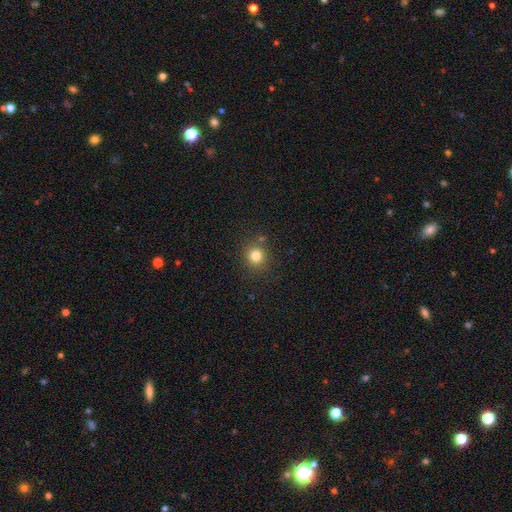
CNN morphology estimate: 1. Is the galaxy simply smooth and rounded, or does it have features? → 80% smooth, 14% star or artifact, 6% featured or disk.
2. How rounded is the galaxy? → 89% round, 11% in between, 1% cigar-shaped.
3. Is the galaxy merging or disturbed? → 84% none, 9% minor disturbance, 5% merger, 3% major disturbance.